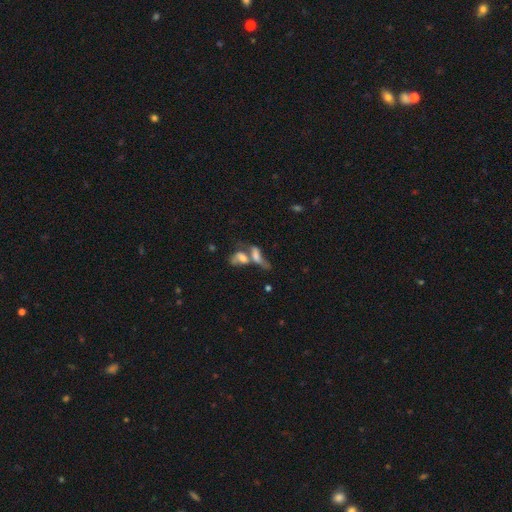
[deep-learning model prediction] A featured or disk galaxy (46%).

Vote fractions:
- Smooth or featured? featured or disk: 46% / smooth: 42% / star or artifact: 12%
- Merging? merger: 67% / none: 15% / major disturbance: 11% / minor disturbance: 7%